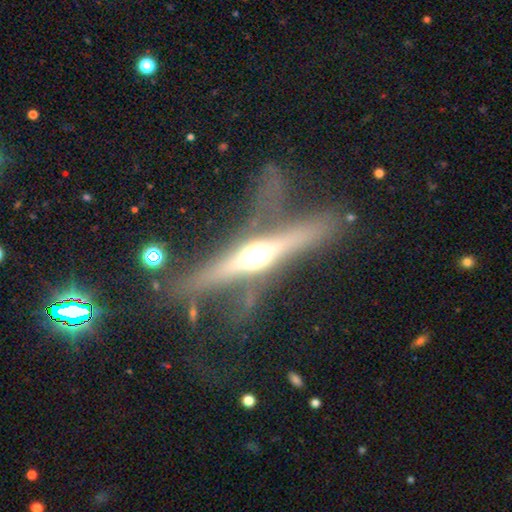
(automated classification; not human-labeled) This is clearly a featured or disk galaxy (81%). It is clearly viewed edge-on (91%). Edge-on bulge: clearly rounded (92%). Merging: likely none (62%).